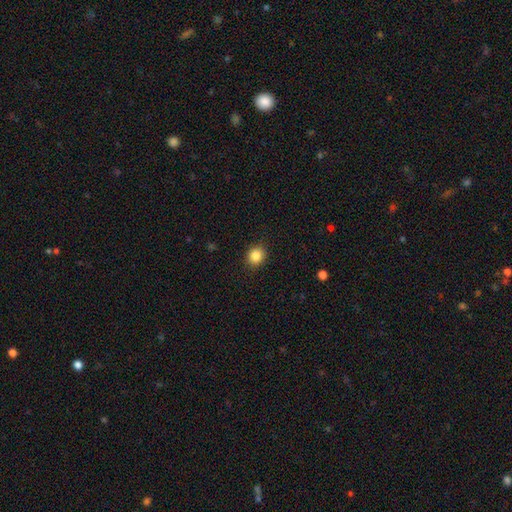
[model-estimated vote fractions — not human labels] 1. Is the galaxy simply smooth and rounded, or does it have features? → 86% smooth, 10% star or artifact, 4% featured or disk.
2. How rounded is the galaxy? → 79% round, 20% in between, 1% cigar-shaped.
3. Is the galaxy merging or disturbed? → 90% none, 7% minor disturbance, 2% major disturbance, 1% merger.